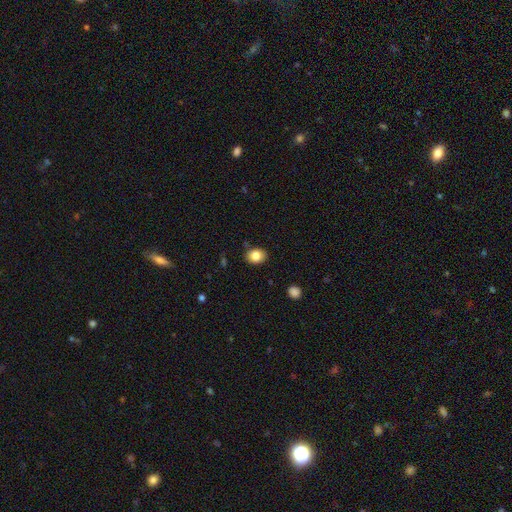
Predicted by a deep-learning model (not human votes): Overall: smooth (83%). How rounded: in between (56%; round 43%). Merging: none (85%).